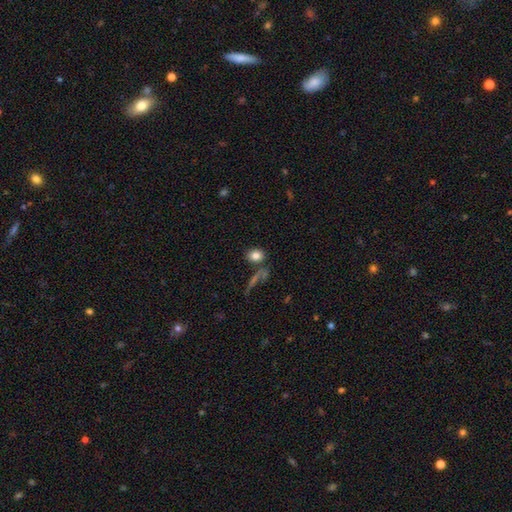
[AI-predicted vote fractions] Smooth or featured?
  - smooth: 83% *
  - star or artifact: 9%
  - featured or disk: 8%
How rounded?
  - round: 52% *
  - in between: 45%
  - cigar-shaped: 3%
Merging?
  - none: 71% *
  - merger: 14%
  - minor disturbance: 10%
  - major disturbance: 5%